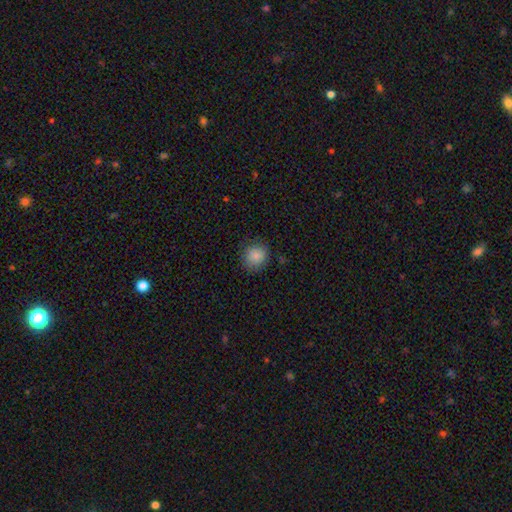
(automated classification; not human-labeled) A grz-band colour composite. It shows a smooth galaxy with no disk features (87%) that is round (84%). Merging: none (84%).